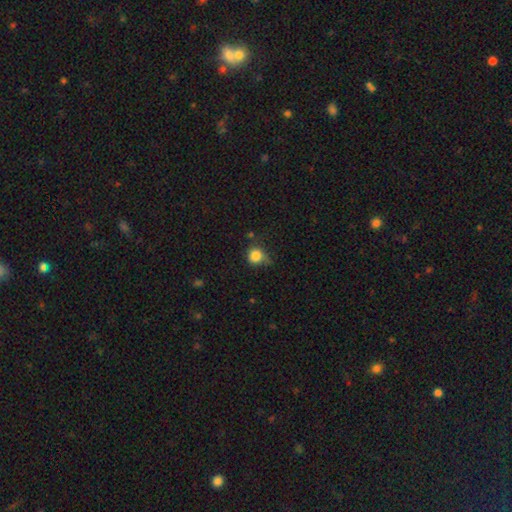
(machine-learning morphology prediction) Smooth or featured? smooth (83%)
How rounded? round (86%)
Merging? none (55%)